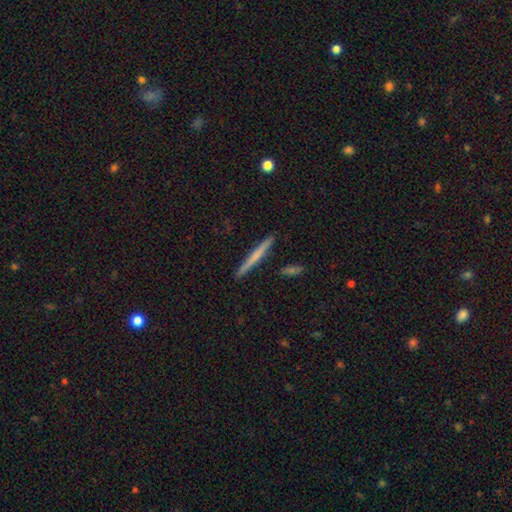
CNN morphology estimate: A smooth galaxy with no disk features (51%) that is cigar-shaped (96%).

Vote fractions:
- Smooth or featured? smooth: 51% / featured or disk: 44% / star or artifact: 6%
- How rounded? cigar-shaped: 96% / in between: 2% / round: 2%
- Merging? none: 91% / minor disturbance: 6% / merger: 2% / major disturbance: 1%